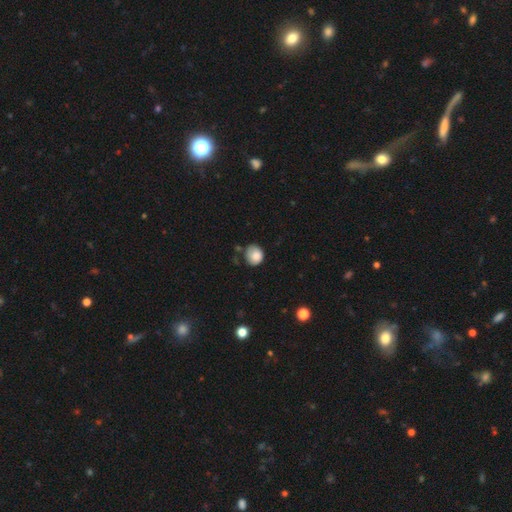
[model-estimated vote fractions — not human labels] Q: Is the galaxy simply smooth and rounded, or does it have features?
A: smooth — 84%.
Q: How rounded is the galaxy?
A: round — 71%.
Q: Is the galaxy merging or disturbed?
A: none — 64%.